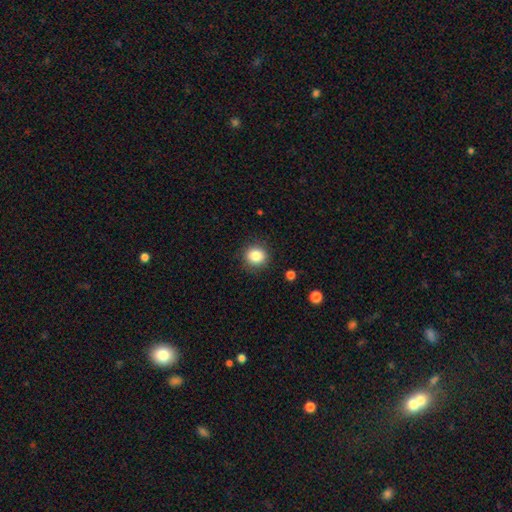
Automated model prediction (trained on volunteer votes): This is clearly a smooth galaxy (84%). How rounded: clearly round (88%). Merging: clearly none (88%).